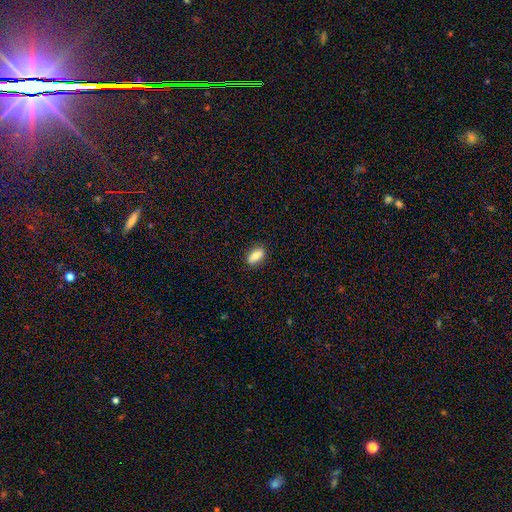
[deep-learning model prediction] This appears to be a smooth galaxy with no disk features (81%) that is in between round and cigar-shaped (86%). Merging: none (86%).